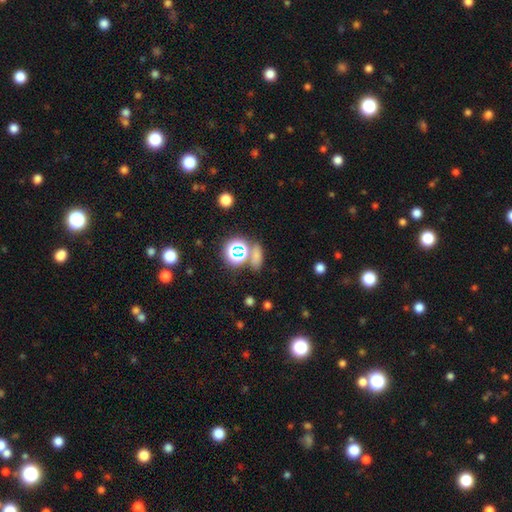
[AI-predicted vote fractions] This appears to be a smooth galaxy with no disk features (55%) that is in between round and cigar-shaped (52%). Merging: none (68%).